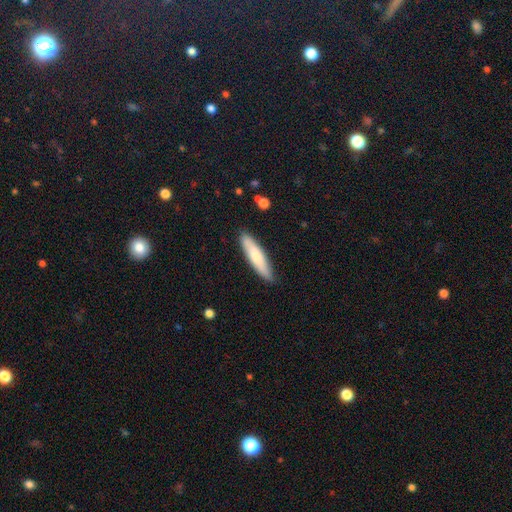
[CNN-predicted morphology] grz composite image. It shows a smooth galaxy with no disk features (72%) that is cigar-shaped (80%). Merging: none (86%).